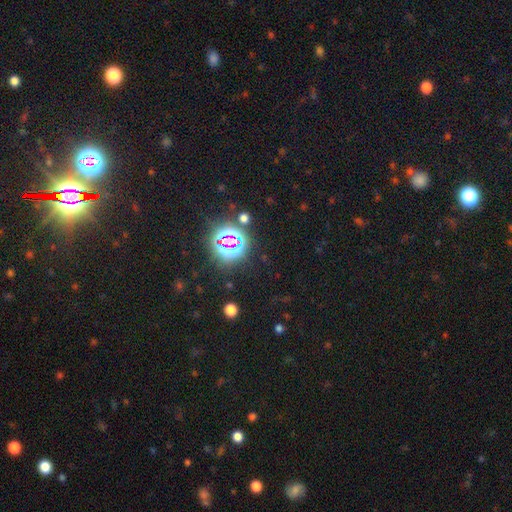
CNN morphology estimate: The model was most divided on "smooth or featured": star or artifact: 81%, smooth: 13%, featured or disk: 6%.